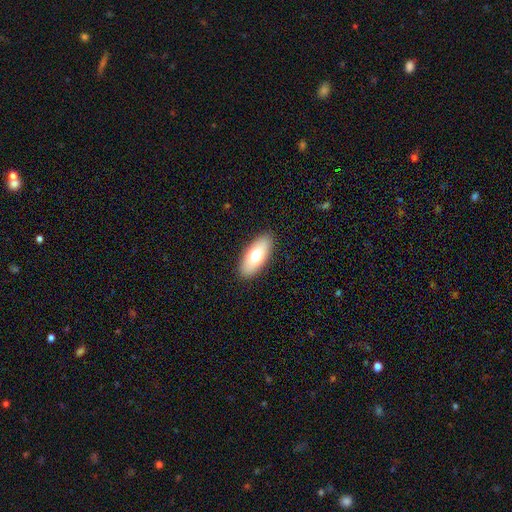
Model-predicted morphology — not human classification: smooth 70%, featured or disk 23%, star or artifact 7%. Down the decision tree: how rounded — in between (84%); merging — none (89%).